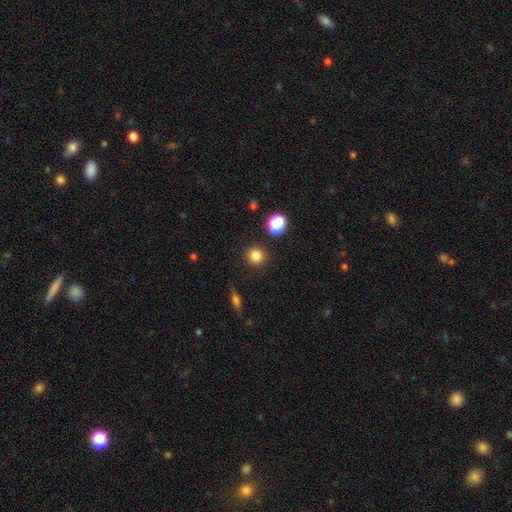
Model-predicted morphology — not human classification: The model was most divided on "smooth or featured": smooth: 82%, star or artifact: 13%, featured or disk: 5%. More confident: how rounded — round (93%); merging — none (90%).